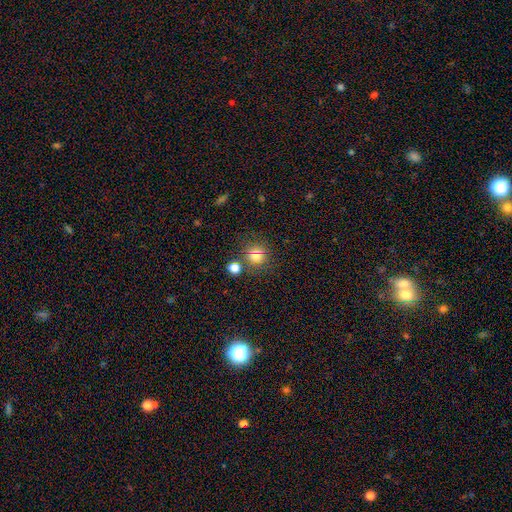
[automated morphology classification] This is likely a smooth galaxy (72%). How rounded: clearly round (86%). Merging: likely none (72%).